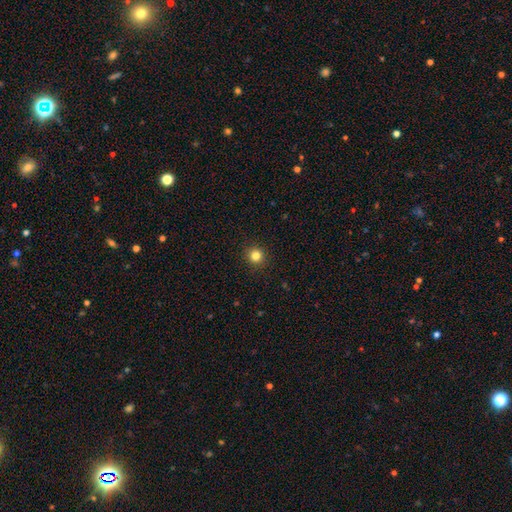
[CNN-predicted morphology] Overall: smooth (83%). How rounded: round (95%). Merging: none (93%).